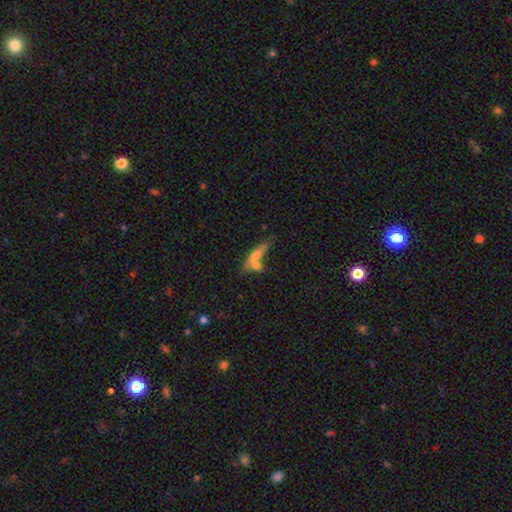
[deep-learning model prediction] Smooth or featured? Predicted: smooth (p=0.56). How rounded? Predicted: cigar-shaped (p=0.54). Merging? Predicted: merger (p=0.47).